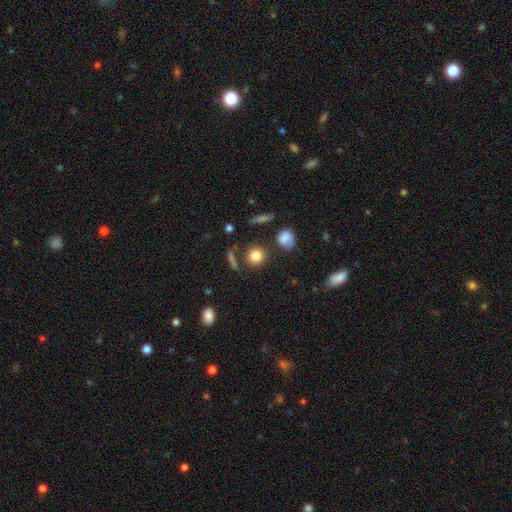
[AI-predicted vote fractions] A smooth galaxy with no disk features (82%) that is round (87%). Merging: none (80%).